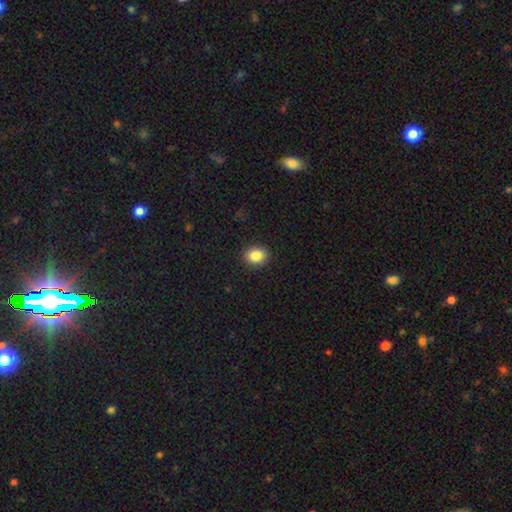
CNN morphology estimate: smooth 87%, star or artifact 9%, featured or disk 4%. Down the decision tree: how rounded — round (60%); merging — none (90%).